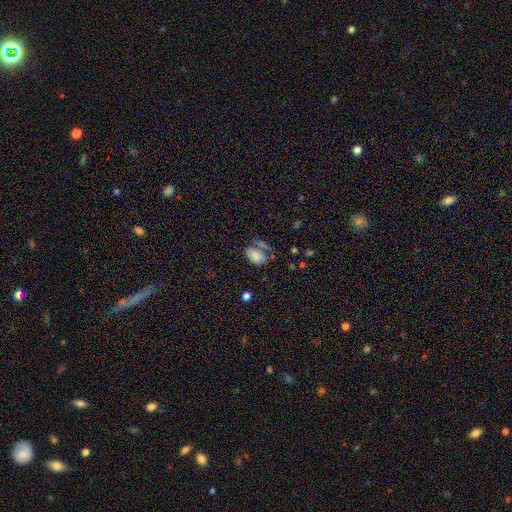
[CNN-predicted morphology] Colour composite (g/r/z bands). It shows a smooth galaxy with no disk features (81%) that is in between round and cigar-shaped (89%). Merging: none (48%).